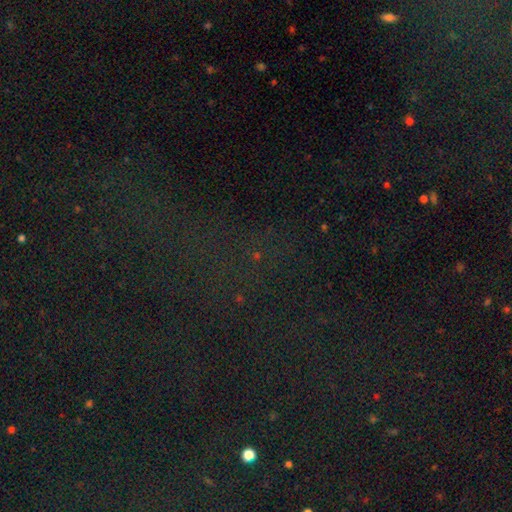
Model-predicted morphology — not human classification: Smooth or featured? star or artifact (78%)